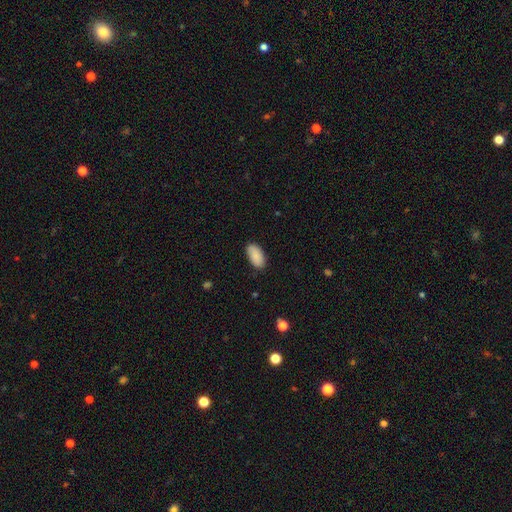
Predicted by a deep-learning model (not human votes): A smooth galaxy with no disk features (89%) that is in between round and cigar-shaped (95%).

Vote fractions:
- Smooth or featured? smooth: 89% / star or artifact: 6% / featured or disk: 5%
- How rounded? in between: 95% / cigar-shaped: 3% / round: 2%
- Merging? none: 85% / minor disturbance: 12% / major disturbance: 2% / merger: 1%